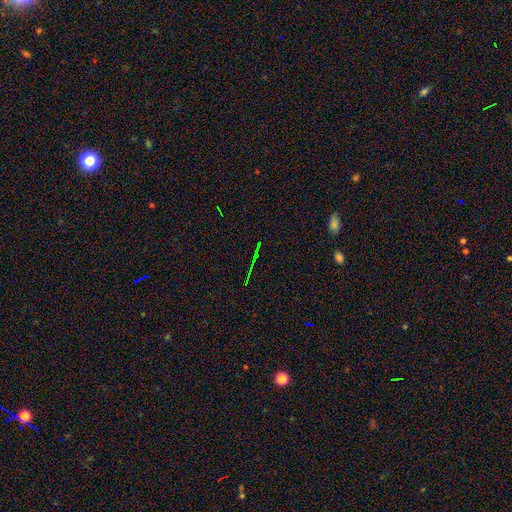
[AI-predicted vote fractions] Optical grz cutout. It shows a star or artifact, not a galaxy (76%).